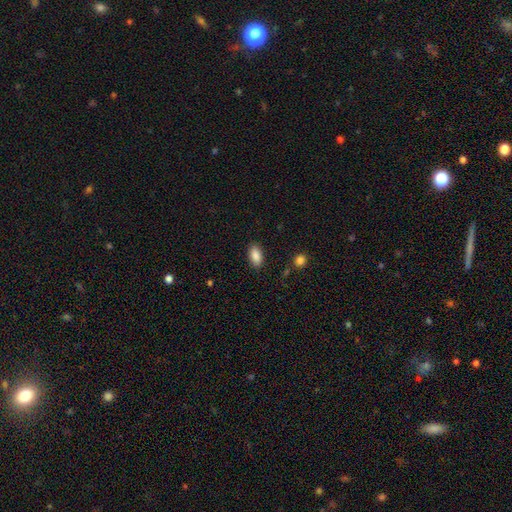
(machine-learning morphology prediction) Smooth or featured? Predicted: smooth (p=0.88). How rounded? Predicted: in between (p=0.91). Merging? Predicted: none (p=0.87).